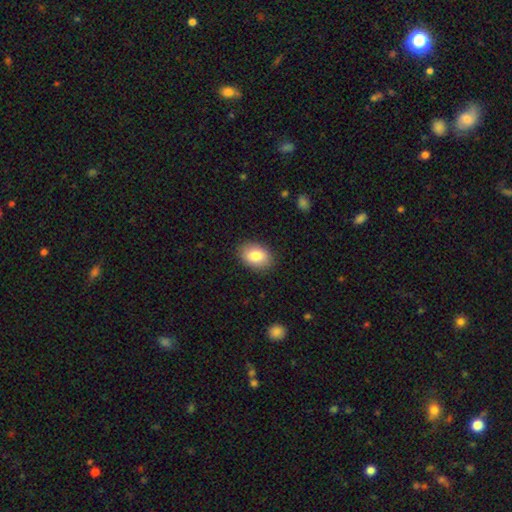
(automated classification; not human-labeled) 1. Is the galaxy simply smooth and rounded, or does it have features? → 82% smooth, 10% featured or disk, 7% star or artifact.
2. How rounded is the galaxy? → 79% in between, 20% round, 1% cigar-shaped.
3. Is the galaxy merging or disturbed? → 88% none, 9% minor disturbance, 2% major disturbance, 1% merger.